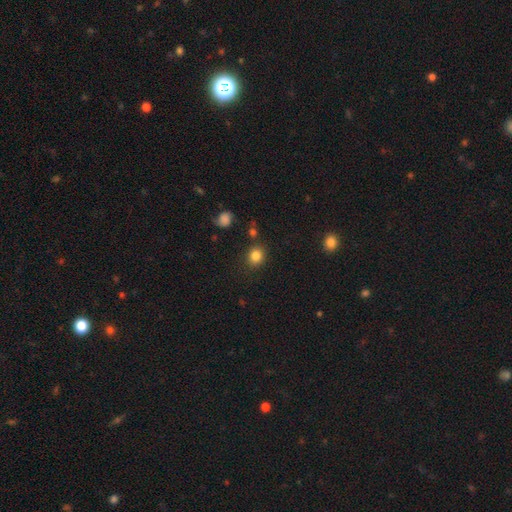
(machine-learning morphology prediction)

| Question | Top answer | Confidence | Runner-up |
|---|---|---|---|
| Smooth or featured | smooth | 83% | star or artifact (11%) |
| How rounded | round | 76% | in between (23%) |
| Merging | none | 84% | minor disturbance (9%) |